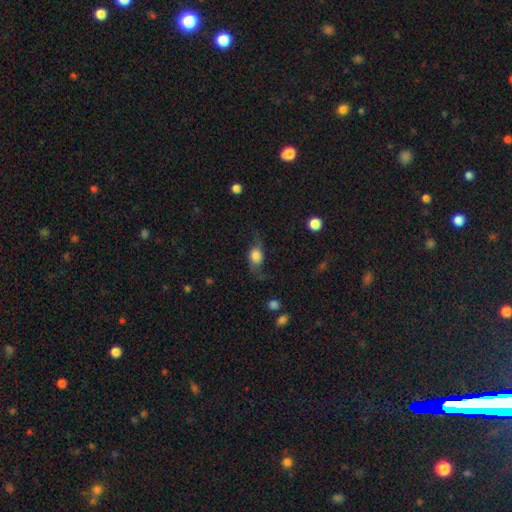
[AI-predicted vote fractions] smooth-or-featured: smooth: 46% | featured or disk: 44% | star or artifact: 10%
  merging: none: 59% | minor disturbance: 22% | major disturbance: 17% | merger: 2%